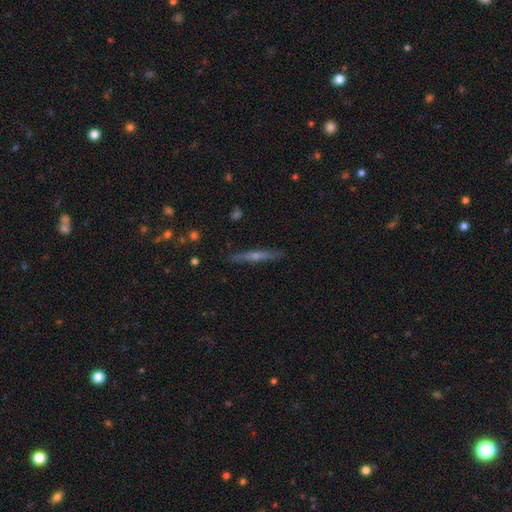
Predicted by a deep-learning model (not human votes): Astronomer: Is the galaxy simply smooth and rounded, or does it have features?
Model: featured or disk — 65%.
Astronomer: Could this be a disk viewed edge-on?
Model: yes — 96%.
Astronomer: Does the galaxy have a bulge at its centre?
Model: rounded — 71%.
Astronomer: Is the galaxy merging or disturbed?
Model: none — 89%.